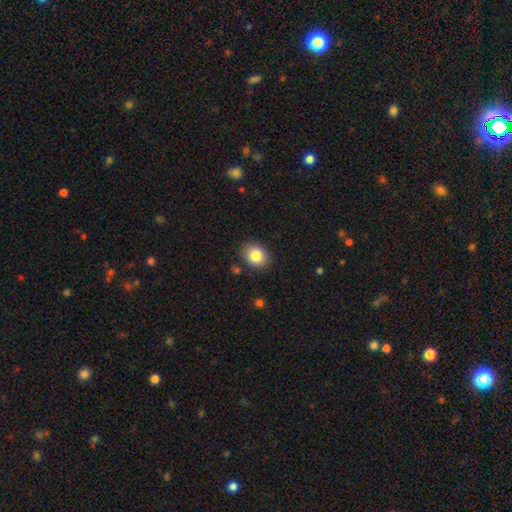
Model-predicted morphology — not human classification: Smooth or featured: smooth — 84% (star or artifact — 9%)
How rounded: in between — 55% (round — 44%)
Merging: none — 85% (minor disturbance — 10%)